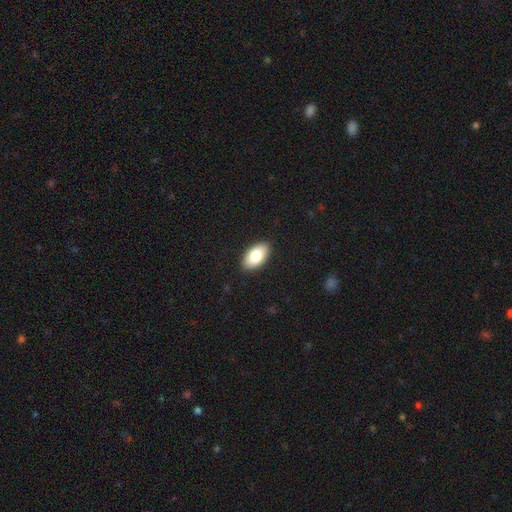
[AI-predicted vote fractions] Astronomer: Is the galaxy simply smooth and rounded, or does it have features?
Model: smooth — 82%.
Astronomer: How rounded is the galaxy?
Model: in between — 95%.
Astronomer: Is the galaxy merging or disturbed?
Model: none — 89%.